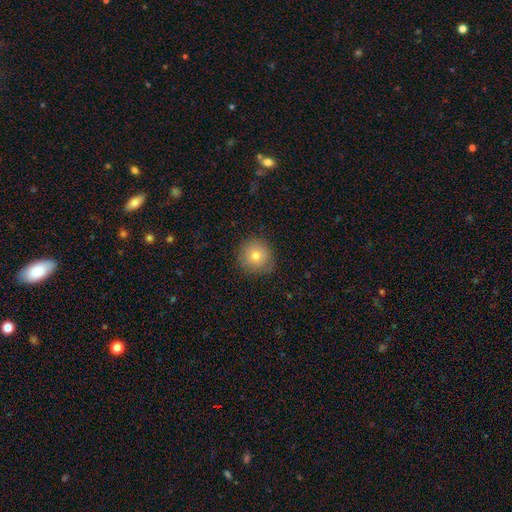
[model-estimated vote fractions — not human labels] A smooth galaxy with no disk features (78%) that is round (92%). Merging: none (83%).